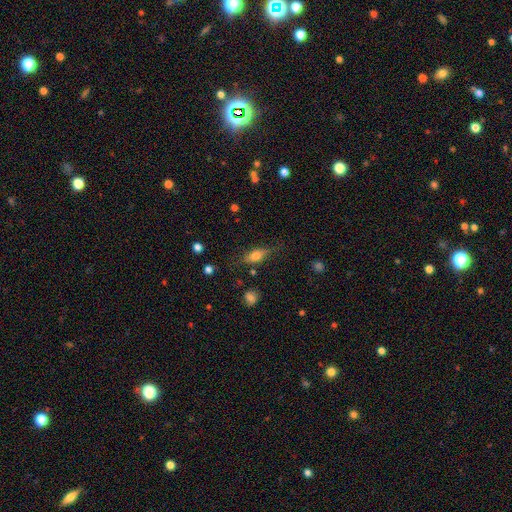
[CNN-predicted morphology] type=smooth (68%); roundness=in between (74%); merging=none (69%).